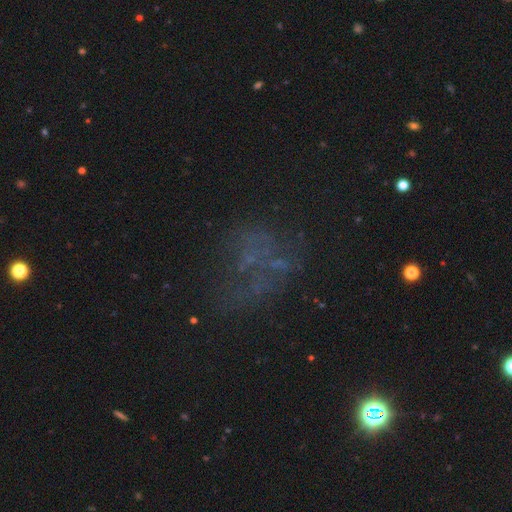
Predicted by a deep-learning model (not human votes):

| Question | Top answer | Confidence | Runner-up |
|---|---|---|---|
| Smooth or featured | star or artifact | 43% | featured or disk (31%) |